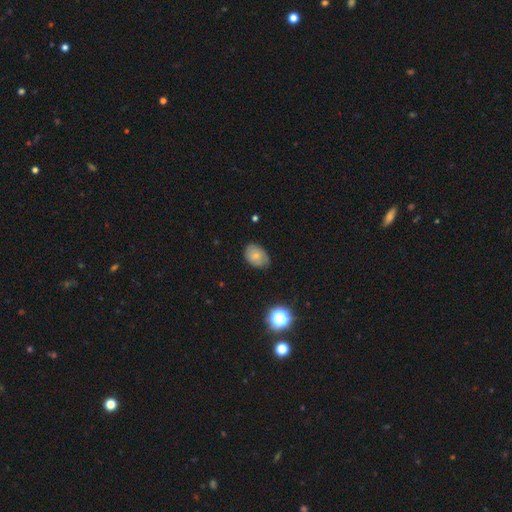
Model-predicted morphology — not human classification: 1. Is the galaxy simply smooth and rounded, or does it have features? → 68% smooth, 21% featured or disk, 11% star or artifact.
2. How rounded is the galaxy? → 72% in between, 27% round, 1% cigar-shaped.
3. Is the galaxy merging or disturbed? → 70% none, 25% minor disturbance, 4% major disturbance, 1% merger.